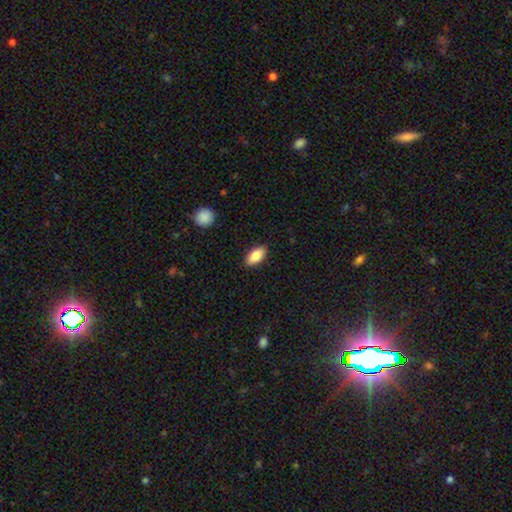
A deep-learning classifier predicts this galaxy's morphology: smooth 85%, featured or disk 9%, star or artifact 7%. Down the decision tree: how rounded — in between (90%); merging — none (88%).